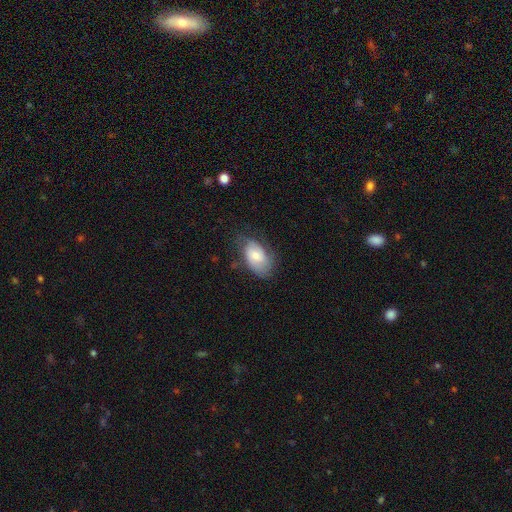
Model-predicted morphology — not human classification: smooth_or_featured: smooth (p=0.65) [alt: featured or disk p=0.28]
how_rounded: in between (p=0.92) [alt: round p=0.07]
merging: none (p=0.56) [alt: minor disturbance p=0.31]